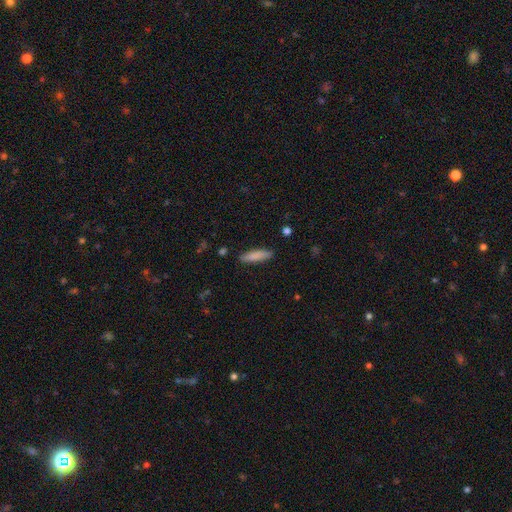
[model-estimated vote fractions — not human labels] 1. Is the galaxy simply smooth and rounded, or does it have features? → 83% smooth, 11% featured or disk, 6% star or artifact.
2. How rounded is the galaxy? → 73% cigar-shaped, 26% in between, 1% round.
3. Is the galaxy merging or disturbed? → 87% none, 10% minor disturbance, 2% major disturbance, 1% merger.